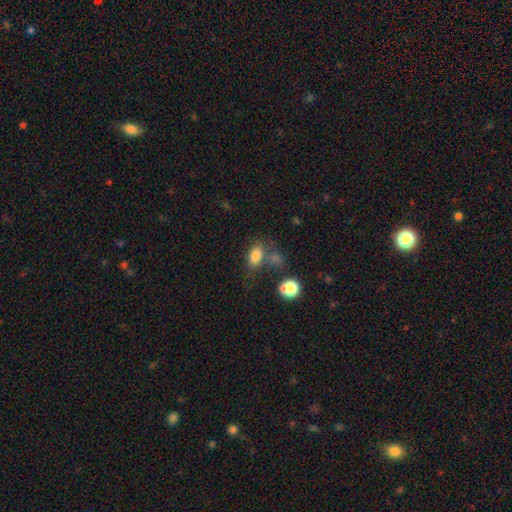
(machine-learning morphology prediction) A smooth galaxy with no disk features (79%) that is in between round and cigar-shaped (83%). Merging: none (56%).